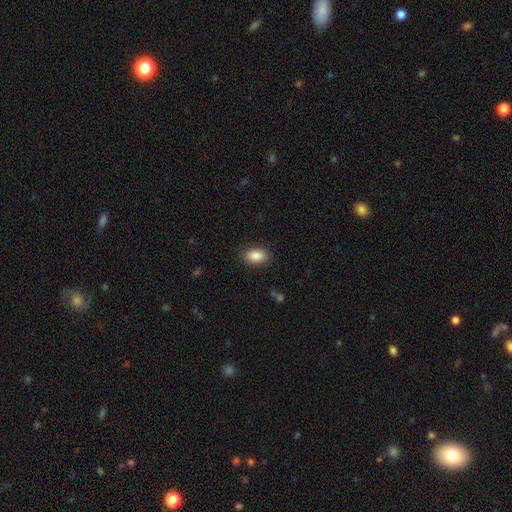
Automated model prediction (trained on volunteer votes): A smooth galaxy with no disk features (88%) that is in between round and cigar-shaped (91%). Merging: none (87%).